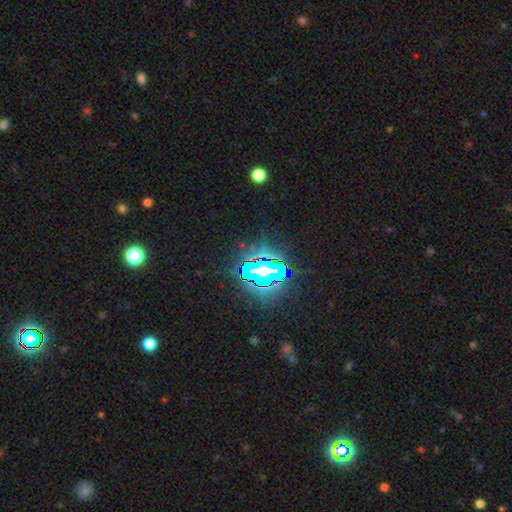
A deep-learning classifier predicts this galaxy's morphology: star or artifact 84%, smooth 10%, featured or disk 6%.